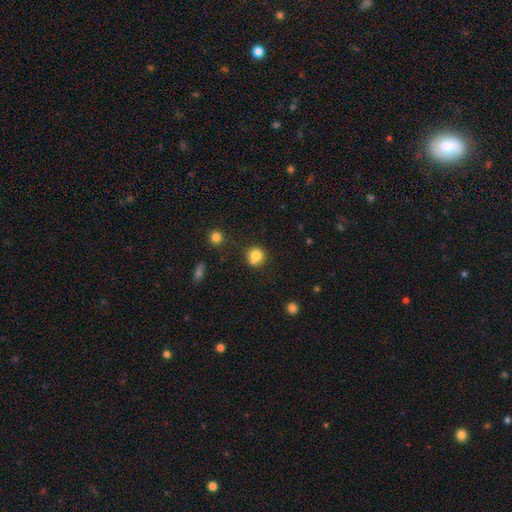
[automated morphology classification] type=smooth (80%); roundness=round (87%); merging=none (63%).